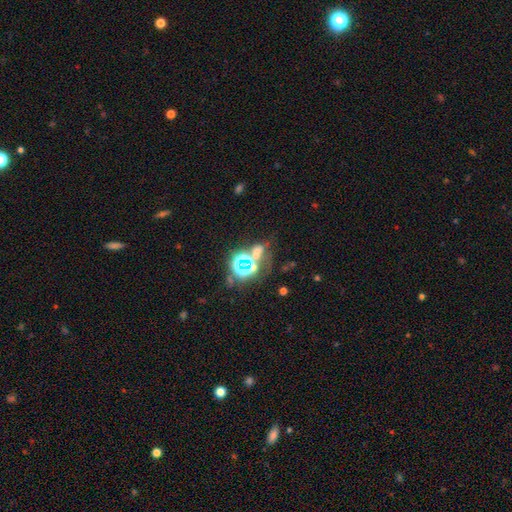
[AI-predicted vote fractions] The model was most divided on "smooth or featured": star or artifact: 59%, smooth: 28%, featured or disk: 13%.